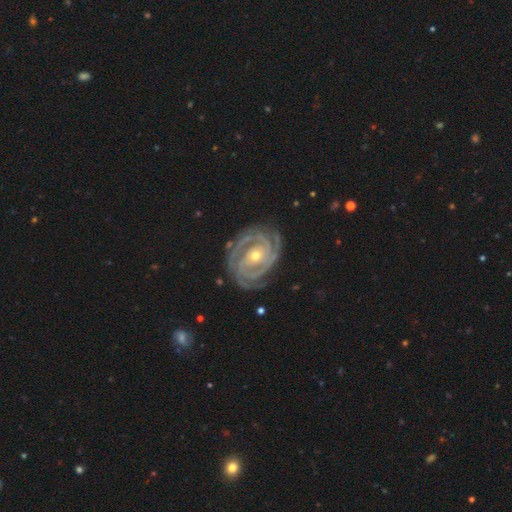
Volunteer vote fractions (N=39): smooth_or_featured: featured or disk (p=0.95) [alt: smooth p=0.03]
disk_edge_on: no (p=1.00)
bar: no (p=0.59) [alt: weak p=0.22]
has_spiral_arms: yes (p=1.00)
spiral_winding: tight (p=0.95) [alt: medium p=0.05]
spiral_arm_count: 3 (p=0.92) [alt: 2 p=0.08]
bulge_size: small (p=0.51) [alt: moderate p=0.43]
merging: none (p=0.92) [alt: minor disturbance p=0.05]